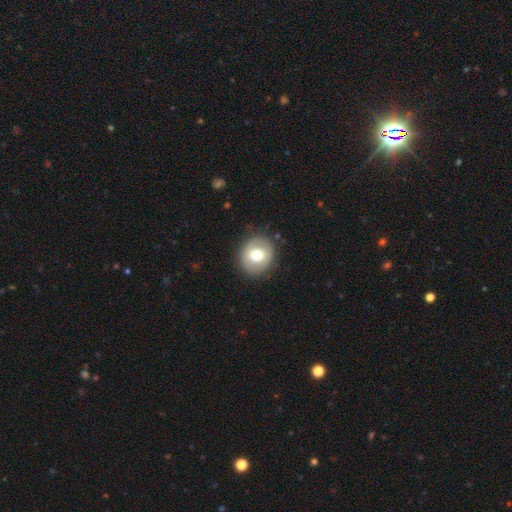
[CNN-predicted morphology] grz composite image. It shows a smooth galaxy with no disk features (66%) that is round (83%). Merging: none (86%).